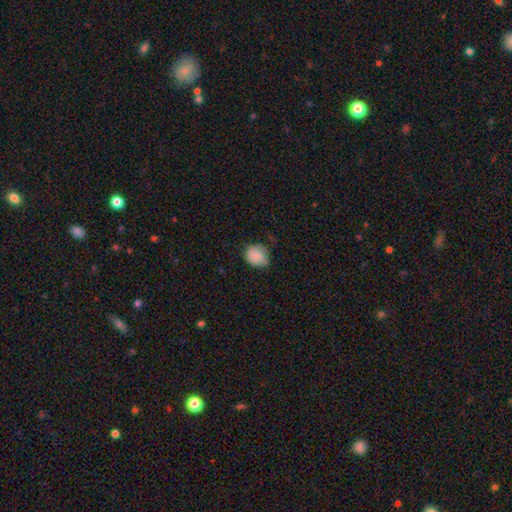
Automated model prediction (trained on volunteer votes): This appears to be a smooth galaxy with no disk features (83%) that is round (74%). Merging: none (56%).